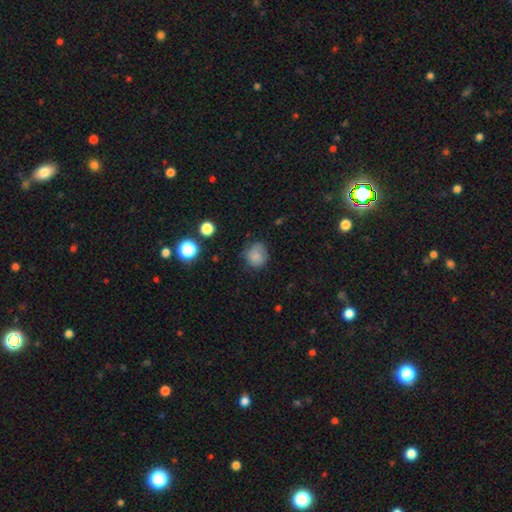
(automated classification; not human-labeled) A smooth galaxy with no disk features (79%) that is round (76%).

Vote fractions:
- Smooth or featured? smooth: 79% / star or artifact: 12% / featured or disk: 9%
- How rounded? round: 76% / in between: 23% / cigar-shaped: 1%
- Merging? none: 65% / minor disturbance: 26% / major disturbance: 8% / merger: 2%